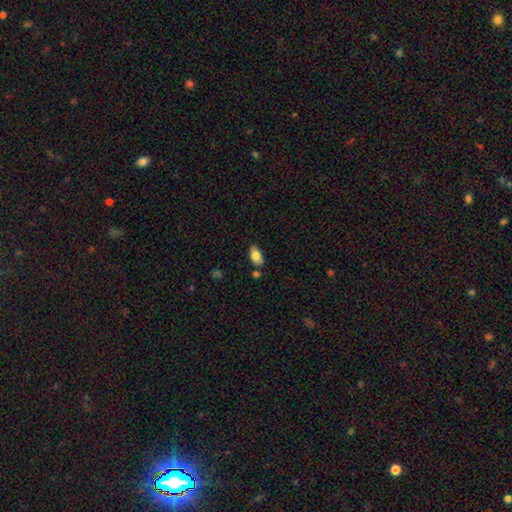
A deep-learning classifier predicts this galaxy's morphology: This is clearly a smooth galaxy (81%). How rounded: clearly in between (92%). Merging: likely none (72%).